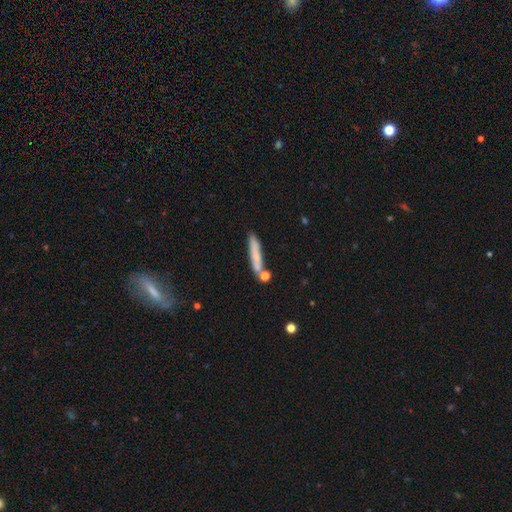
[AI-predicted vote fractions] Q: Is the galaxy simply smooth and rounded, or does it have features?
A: smooth — 68%.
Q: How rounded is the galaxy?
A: cigar-shaped — 91%.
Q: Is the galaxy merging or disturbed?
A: none — 73%.